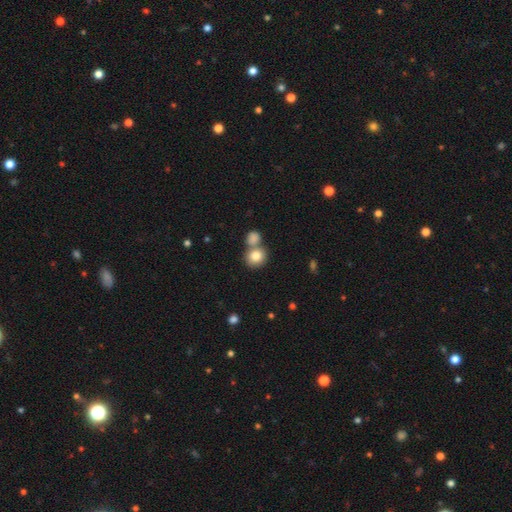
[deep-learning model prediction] The model was most divided on "merging": none: 51%, merger: 38%, minor disturbance: 8%, major disturbance: 3%. More confident: smooth or featured — smooth (83%); how rounded — round (79%).